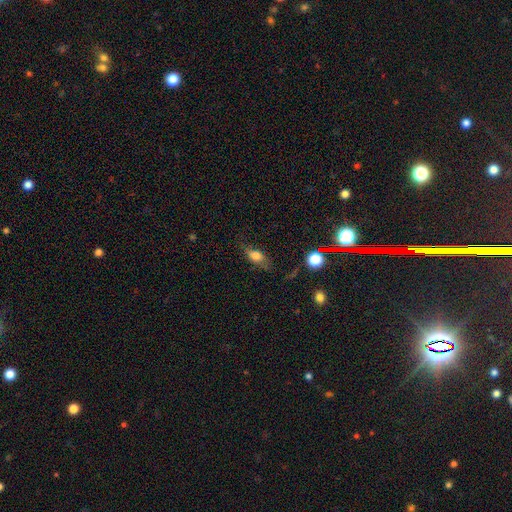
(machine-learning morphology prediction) smooth_or_featured: smooth (p=0.66) [alt: featured or disk p=0.23]
how_rounded: in between (p=0.72) [alt: cigar-shaped p=0.15]
merging: none (p=0.56) [alt: minor disturbance p=0.25]